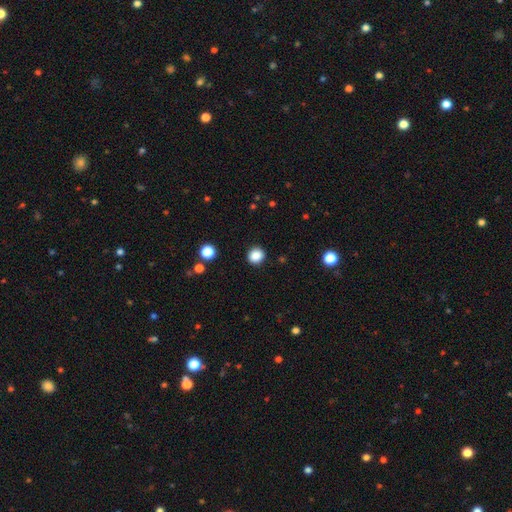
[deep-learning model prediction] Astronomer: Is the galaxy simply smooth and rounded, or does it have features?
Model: smooth — 87%.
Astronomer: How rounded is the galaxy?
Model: round — 86%.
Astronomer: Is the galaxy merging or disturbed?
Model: none — 91%.